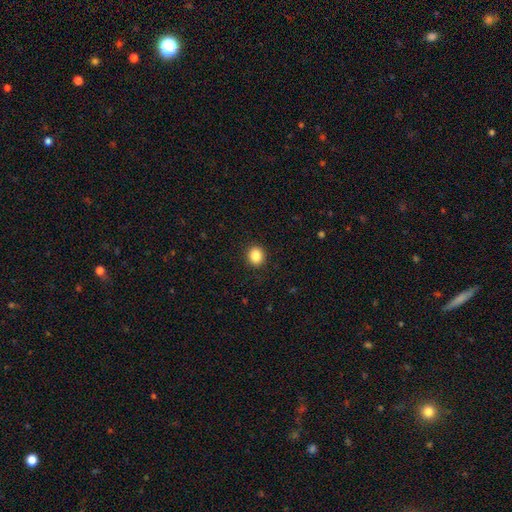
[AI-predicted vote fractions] smooth-or-featured: smooth: 87% | star or artifact: 10% | featured or disk: 4%
  how-rounded: round: 72% | in between: 27% | cigar-shaped: 1%
  merging: none: 91% | minor disturbance: 6% | major disturbance: 2% | merger: 1%